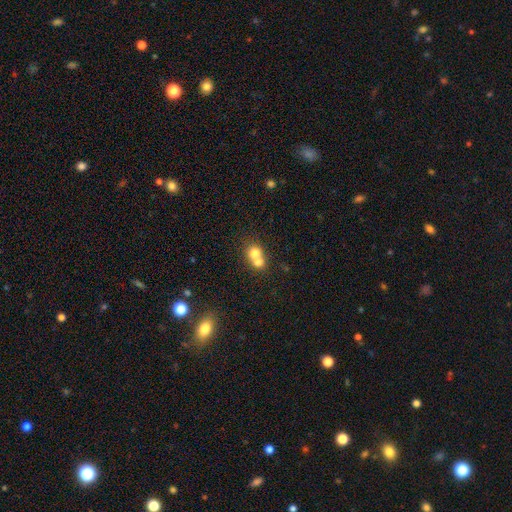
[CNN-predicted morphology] Smooth or featured: smooth — 71% (featured or disk — 18%)
How rounded: round — 72% (in between — 27%)
Merging: merger — 68% (none — 24%)